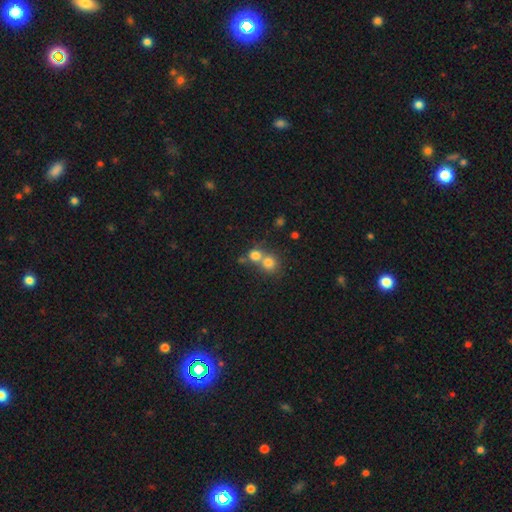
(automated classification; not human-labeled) Smooth or featured? Predicted: smooth (p=0.76). How rounded? Predicted: round (p=0.82). Merging? Predicted: merger (p=0.56).